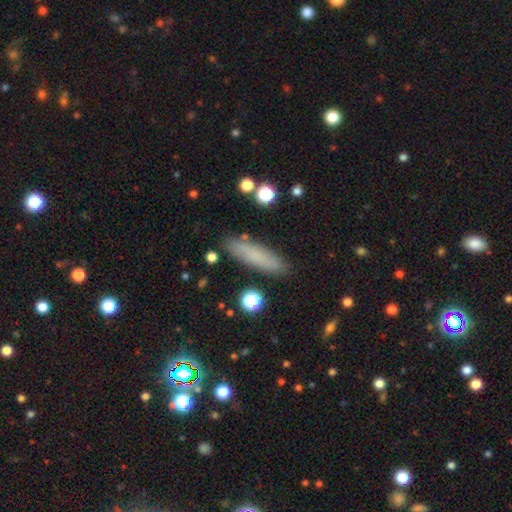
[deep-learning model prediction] Overall: smooth (75%). How rounded: cigar-shaped (74%). Merging: none (87%).